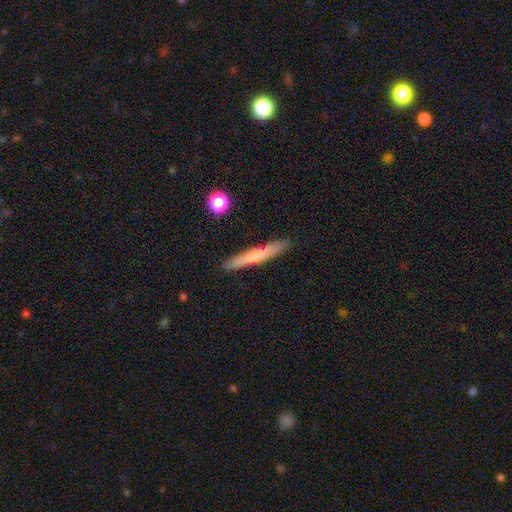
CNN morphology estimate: smooth-or-featured: smooth: 58% | featured or disk: 35% | star or artifact: 7%
  how-rounded: cigar-shaped: 95% | in between: 3% | round: 1%
  merging: none: 90% | minor disturbance: 7% | merger: 2% | major disturbance: 1%